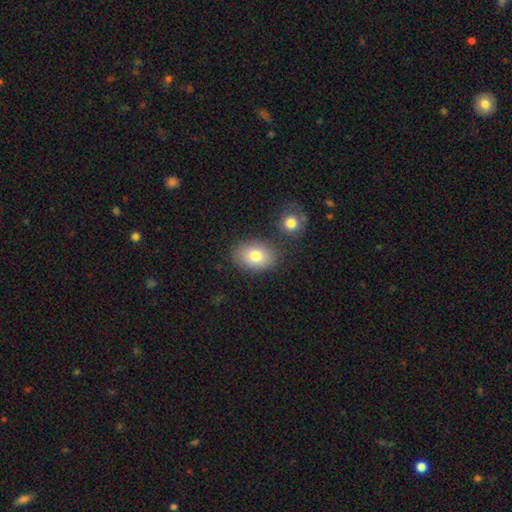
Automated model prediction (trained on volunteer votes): Smooth or featured? smooth (79%)
How rounded? in between (71%)
Merging? none (77%)